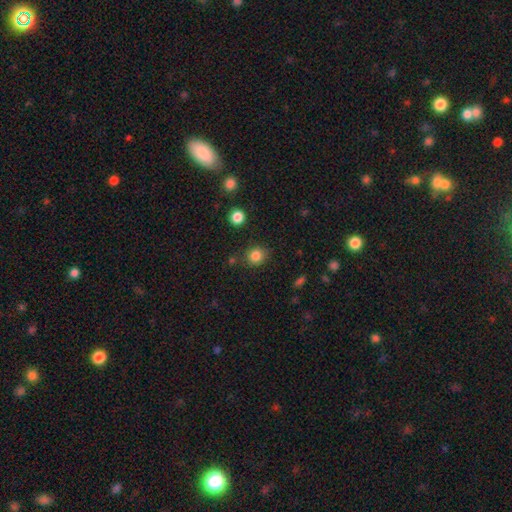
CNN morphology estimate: This appears to be a smooth galaxy with no disk features (84%) that is round (79%). Merging: none (81%).